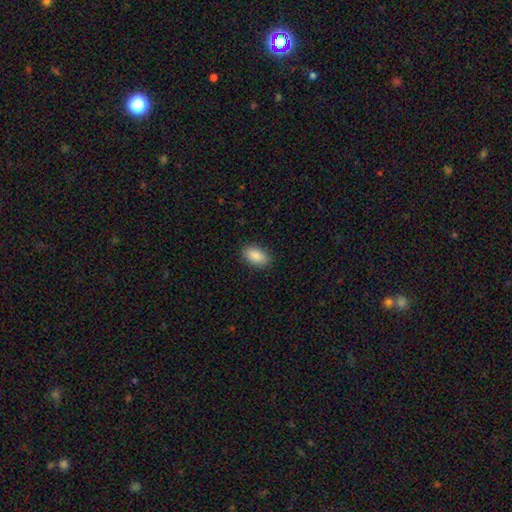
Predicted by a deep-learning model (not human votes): smooth-or-featured: smooth: 90% | star or artifact: 7% | featured or disk: 3%
  how-rounded: in between: 92% | round: 6% | cigar-shaped: 2%
  merging: none: 89% | minor disturbance: 8% | major disturbance: 2% | merger: 1%